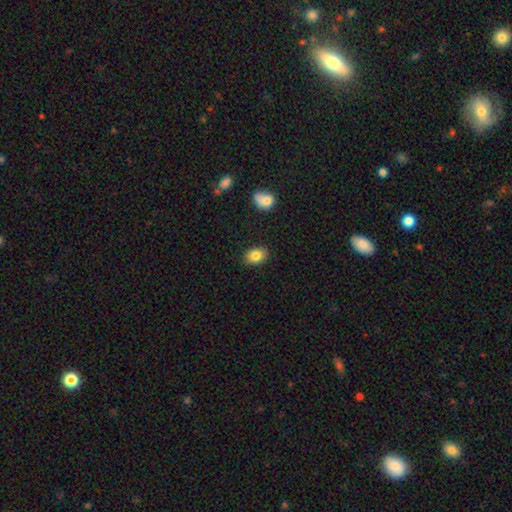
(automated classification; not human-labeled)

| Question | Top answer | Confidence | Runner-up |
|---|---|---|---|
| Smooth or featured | smooth | 84% | star or artifact (9%) |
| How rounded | in between | 68% | round (31%) |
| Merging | none | 87% | minor disturbance (9%) |